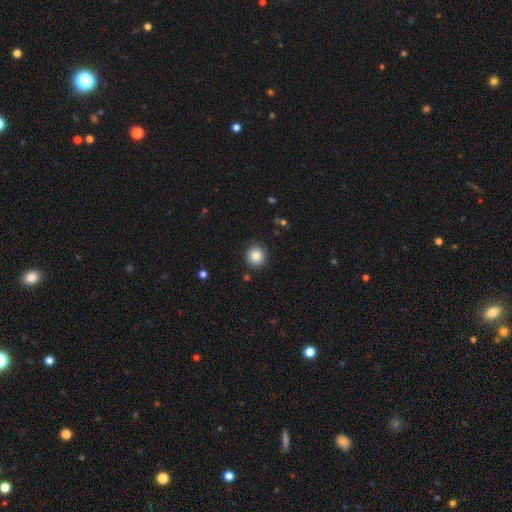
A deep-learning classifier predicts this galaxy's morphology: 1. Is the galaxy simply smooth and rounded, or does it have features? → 84% smooth, 10% star or artifact, 6% featured or disk.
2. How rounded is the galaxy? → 92% round, 7% in between, 1% cigar-shaped.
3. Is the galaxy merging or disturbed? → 89% none, 8% minor disturbance, 2% major disturbance, 1% merger.